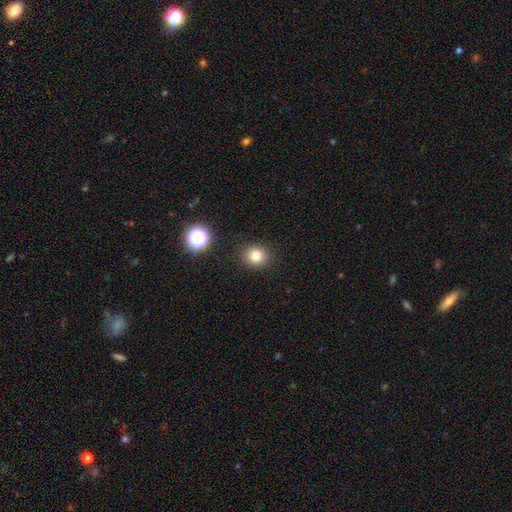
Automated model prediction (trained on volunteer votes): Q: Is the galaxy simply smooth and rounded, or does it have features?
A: smooth — 79%.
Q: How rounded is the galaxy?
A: round — 80%.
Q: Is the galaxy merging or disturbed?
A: none — 90%.